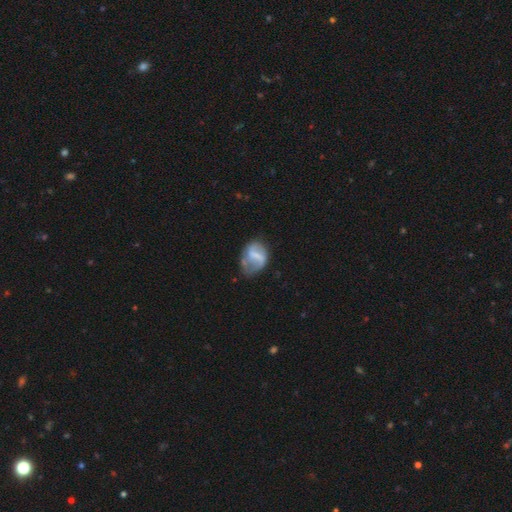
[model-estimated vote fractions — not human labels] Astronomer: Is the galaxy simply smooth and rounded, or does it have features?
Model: featured or disk — 54% (runner-up: smooth, 39%).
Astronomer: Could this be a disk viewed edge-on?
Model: no — 97%.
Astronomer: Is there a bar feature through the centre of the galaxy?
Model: strong — 41%, tied with weak at 41%.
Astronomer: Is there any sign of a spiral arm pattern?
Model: yes — 59% (runner-up: no, 41%).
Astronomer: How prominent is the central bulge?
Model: none — 45% (runner-up: small, 30%).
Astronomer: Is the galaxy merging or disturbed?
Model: none — 46% (runner-up: minor disturbance, 31%).